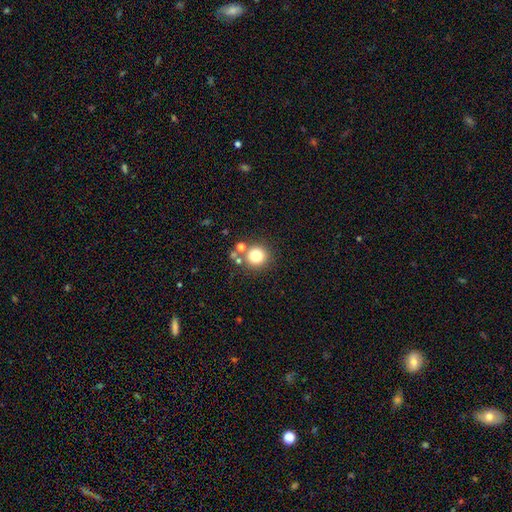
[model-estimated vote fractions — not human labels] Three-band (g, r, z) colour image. It shows a smooth galaxy with no disk features (80%) that is round (93%). Merging: none (75%).